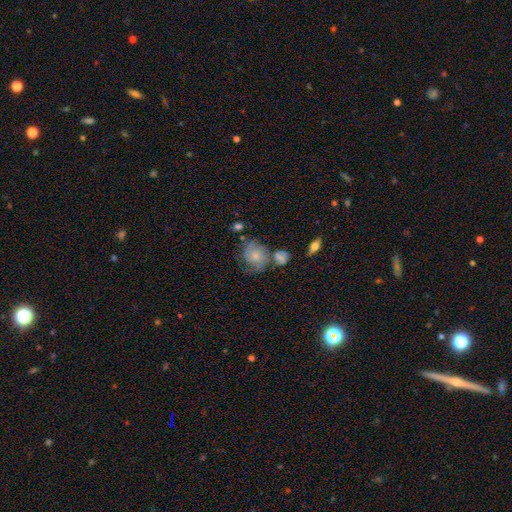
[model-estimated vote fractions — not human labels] This is likely a featured or disk galaxy (70%). It is clearly not viewed edge-on (97%). Bar: likely no (77%). Spiral arm pattern: clearly yes (92%). Spiral arm count: possibly 2 (55%). Spiral winding: possibly tight (49%). Central bulge: possibly small (53%). Merging: possibly none (51%).